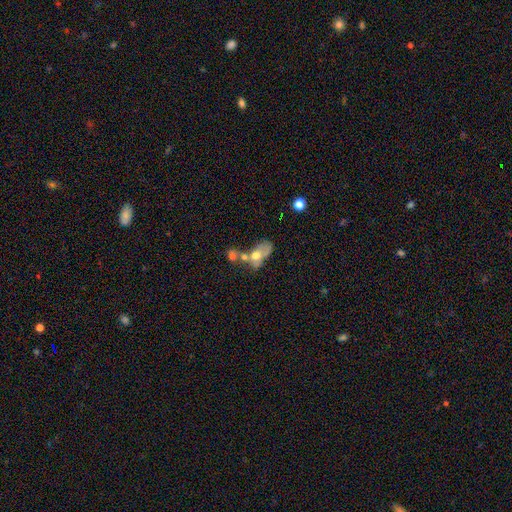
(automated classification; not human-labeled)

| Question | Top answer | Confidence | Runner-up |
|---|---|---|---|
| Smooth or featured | smooth | 57% | featured or disk (32%) |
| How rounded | in between | 75% | round (22%) |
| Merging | merger | 61% | major disturbance (14%) |